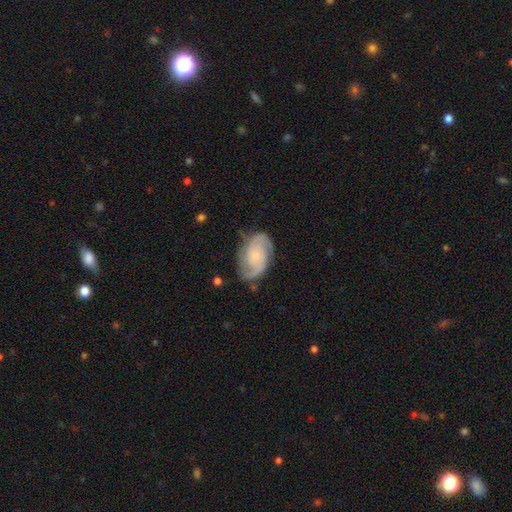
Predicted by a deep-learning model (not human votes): Overall: featured or disk (80%). Edge-on disk: no (97%). Bar: no (67%; weak 28%). Spiral arms: yes (96%). Spiral arm count: 2 (79%). Spiral winding: medium (47%; tight 35%). Bulge size: small (59%; moderate 20%). Merging: none (72%).